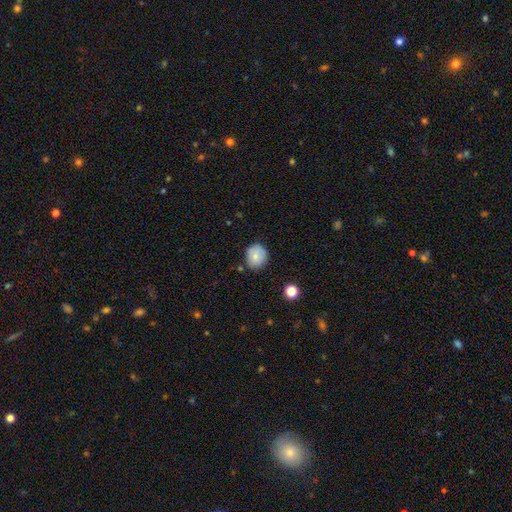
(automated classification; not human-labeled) This is likely a smooth galaxy (79%). How rounded: likely round (78%). Merging: likely none (79%).